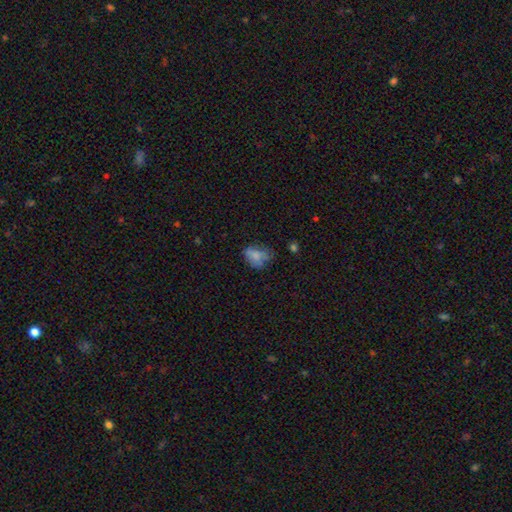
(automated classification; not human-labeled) A smooth galaxy with no disk features (71%) that is in between round and cigar-shaped (77%).

Vote fractions:
- Smooth or featured? smooth: 71% / featured or disk: 17% / star or artifact: 12%
- How rounded? in between: 77% / round: 21% / cigar-shaped: 2%
- Merging? none: 46% / minor disturbance: 31% / major disturbance: 19% / merger: 4%